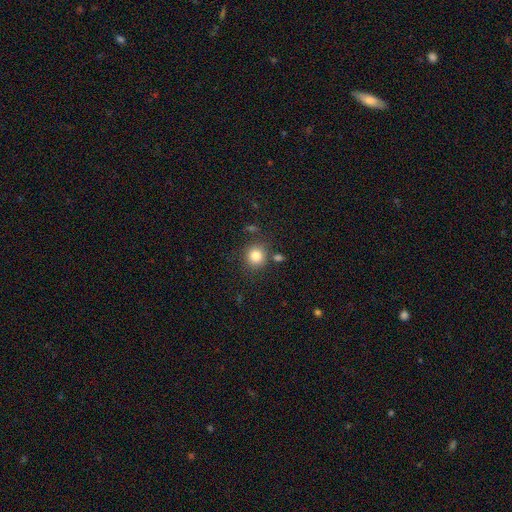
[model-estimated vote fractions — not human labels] A smooth galaxy with no disk features (82%) that is round (89%).

Vote fractions:
- Smooth or featured? smooth: 82% / star or artifact: 11% / featured or disk: 7%
- How rounded? round: 89% / in between: 10% / cigar-shaped: 1%
- Merging? none: 81% / minor disturbance: 9% / merger: 7% / major disturbance: 3%